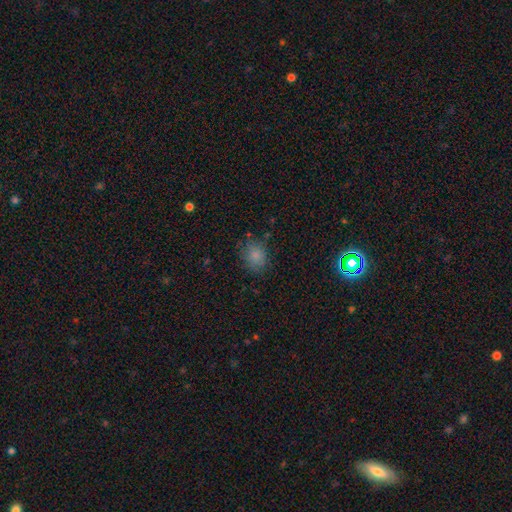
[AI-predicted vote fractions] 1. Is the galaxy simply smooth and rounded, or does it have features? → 82% smooth, 11% star or artifact, 7% featured or disk.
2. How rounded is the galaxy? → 56% round, 43% in between, 1% cigar-shaped.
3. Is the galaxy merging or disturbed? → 75% none, 17% minor disturbance, 5% major disturbance, 2% merger.